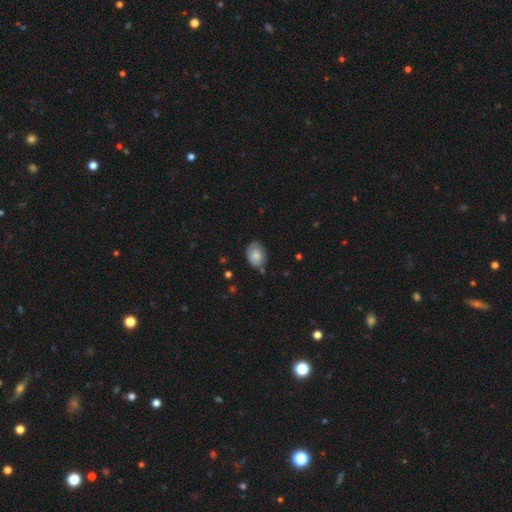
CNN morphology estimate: A smooth galaxy with no disk features (71%) that is in between round and cigar-shaped (80%).

Vote fractions:
- Smooth or featured? smooth: 71% / featured or disk: 21% / star or artifact: 7%
- How rounded? in between: 80% / round: 19% / cigar-shaped: 1%
- Merging? none: 70% / minor disturbance: 23% / major disturbance: 5% / merger: 2%